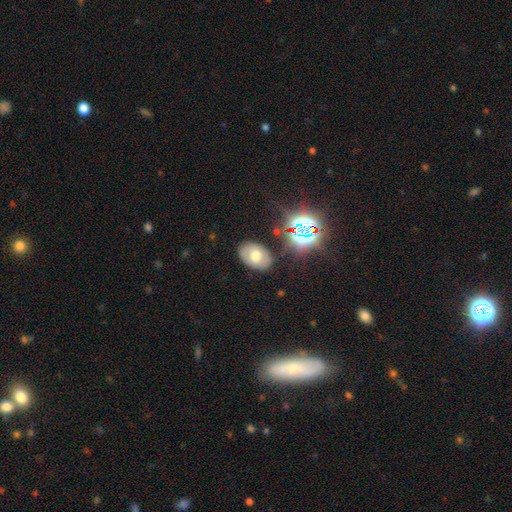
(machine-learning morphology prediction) A smooth galaxy with no disk features (59%) that is in between round and cigar-shaped (82%). Merging: none (82%).